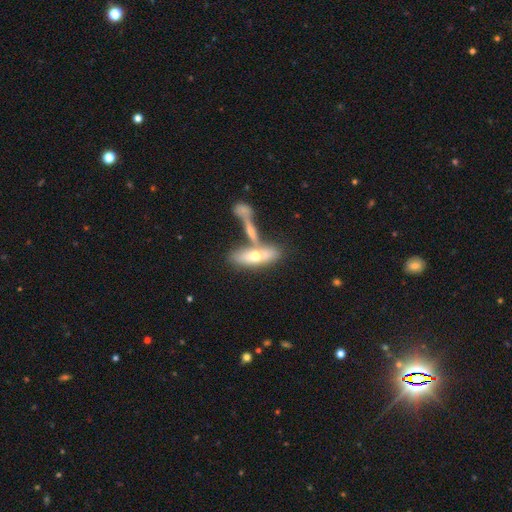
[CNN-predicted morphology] Smooth or featured? Predicted: smooth (p=0.52). How rounded? Predicted: cigar-shaped (p=0.54). Merging? Predicted: merger (p=0.41, tied with none).